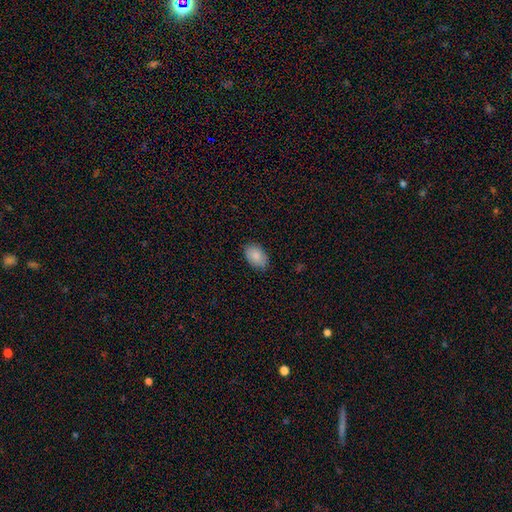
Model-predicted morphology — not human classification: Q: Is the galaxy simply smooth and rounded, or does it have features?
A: smooth — 87%.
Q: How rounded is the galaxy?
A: in between — 89%.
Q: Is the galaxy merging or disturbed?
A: none — 84%.